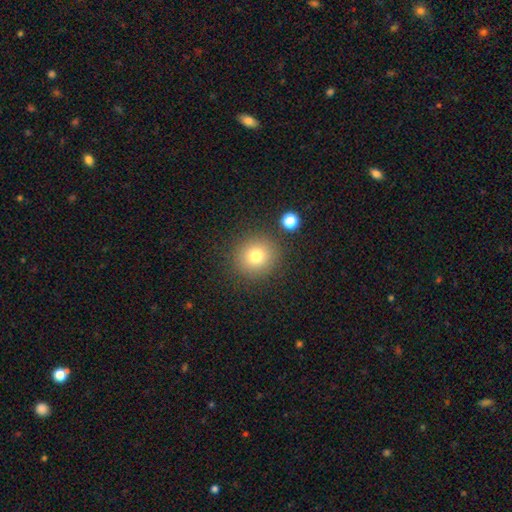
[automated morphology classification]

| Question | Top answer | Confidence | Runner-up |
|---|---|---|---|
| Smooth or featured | smooth | 76% | star or artifact (14%) |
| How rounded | round | 91% | in between (8%) |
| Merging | none | 85% | minor disturbance (7%) |